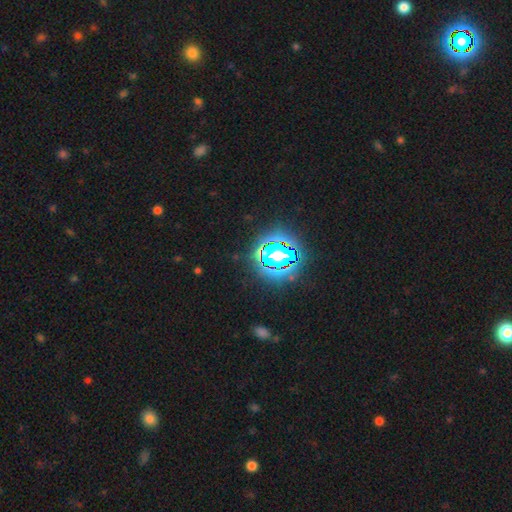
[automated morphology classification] type=star or artifact (71%).